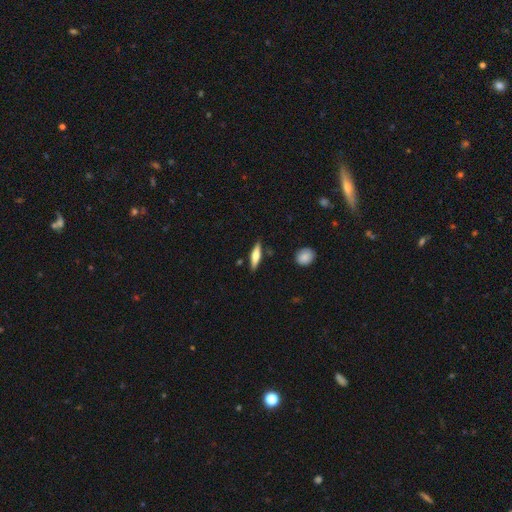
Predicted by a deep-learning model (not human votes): Smooth or featured?
  - smooth: 58% *
  - featured or disk: 36%
  - star or artifact: 6%
How rounded?
  - cigar-shaped: 73% *
  - in between: 24%
  - round: 2%
Merging?
  - none: 85% *
  - minor disturbance: 10%
  - merger: 2%
  - major disturbance: 2%